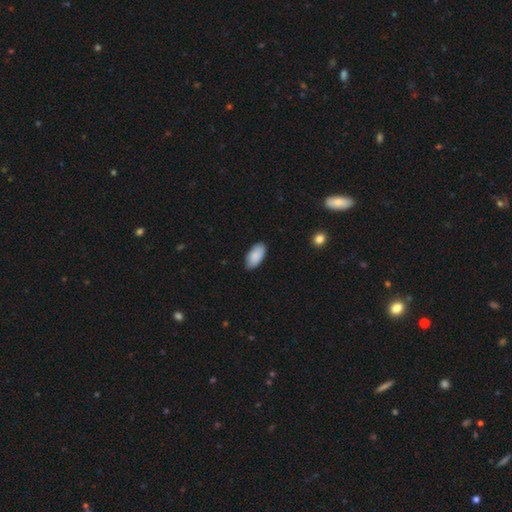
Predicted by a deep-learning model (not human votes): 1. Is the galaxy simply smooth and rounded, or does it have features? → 88% smooth, 6% featured or disk, 6% star or artifact.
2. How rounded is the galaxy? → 95% in between, 3% cigar-shaped, 2% round.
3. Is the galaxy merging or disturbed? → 84% none, 13% minor disturbance, 2% major disturbance, 1% merger.